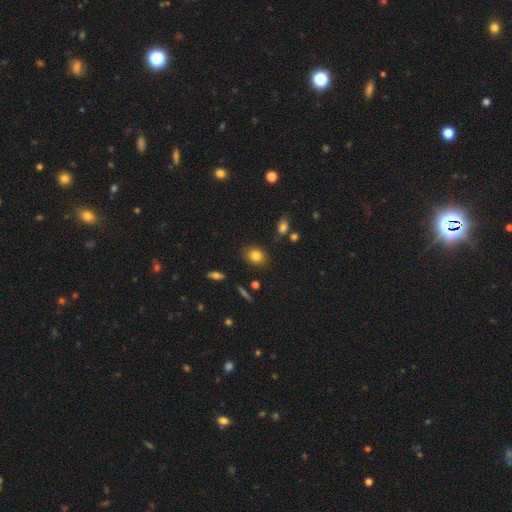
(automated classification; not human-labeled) A smooth galaxy with no disk features (82%) that is in between round and cigar-shaped (52%). Merging: none (84%).